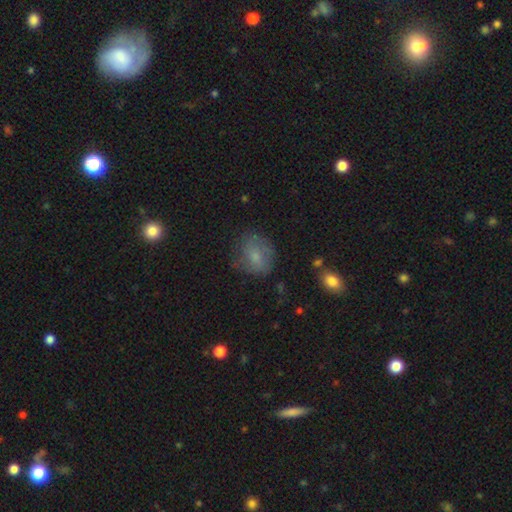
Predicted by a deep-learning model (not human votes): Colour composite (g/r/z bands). It shows a smooth galaxy with no disk features (61%) that is round (62%). Merging: none (61%).